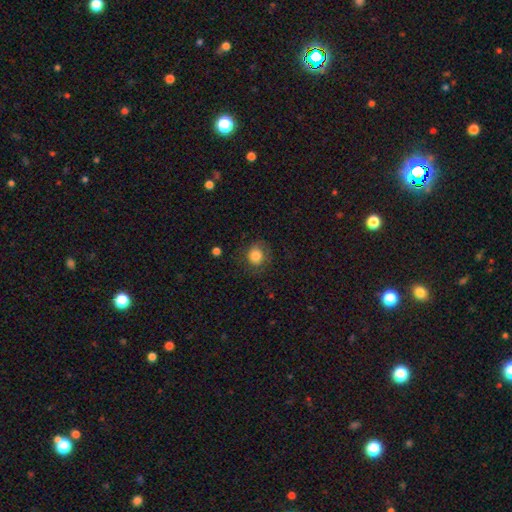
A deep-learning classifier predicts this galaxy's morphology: Smooth or featured?
  - smooth: 81% *
  - featured or disk: 10%
  - star or artifact: 9%
How rounded?
  - round: 77% *
  - in between: 22%
  - cigar-shaped: 1%
Merging?
  - none: 75% *
  - minor disturbance: 16%
  - major disturbance: 8%
  - merger: 1%